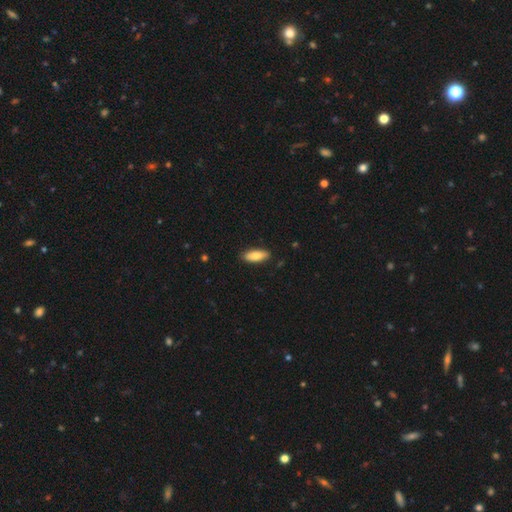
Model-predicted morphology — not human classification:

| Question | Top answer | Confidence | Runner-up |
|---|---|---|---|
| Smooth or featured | smooth | 79% | featured or disk (15%) |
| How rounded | in between | 70% | cigar-shaped (28%) |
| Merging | none | 89% | minor disturbance (9%) |